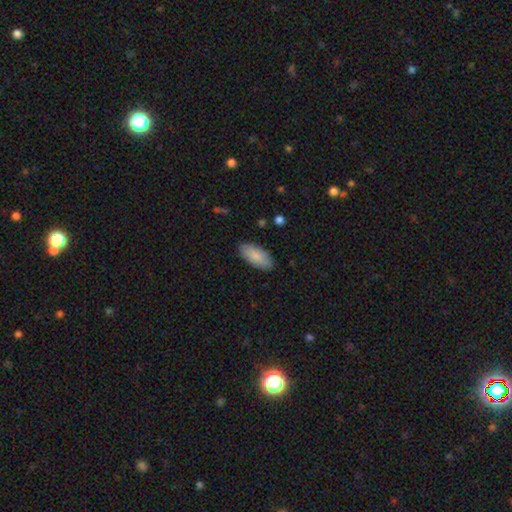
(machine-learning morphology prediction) A smooth galaxy with no disk features (85%) that is in between round and cigar-shaped (92%).

Vote fractions:
- Smooth or featured? smooth: 85% / featured or disk: 9% / star or artifact: 5%
- How rounded? in between: 92% / cigar-shaped: 6% / round: 2%
- Merging? none: 87% / minor disturbance: 10% / major disturbance: 2% / merger: 1%